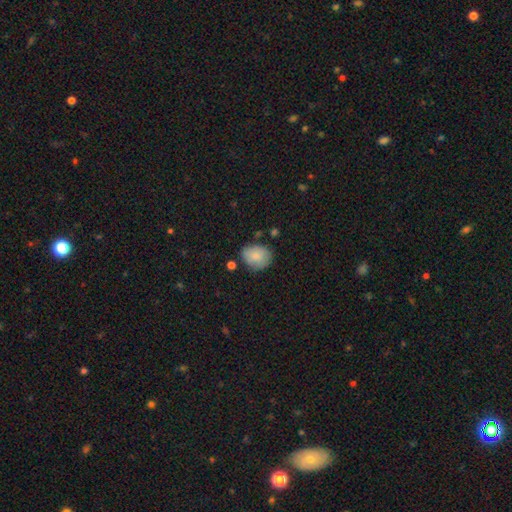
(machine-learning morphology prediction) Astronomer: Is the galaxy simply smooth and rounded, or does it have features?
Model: smooth — 83%.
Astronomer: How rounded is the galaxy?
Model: in between — 50% (runner-up: round, 49%).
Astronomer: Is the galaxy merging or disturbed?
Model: none — 70%.